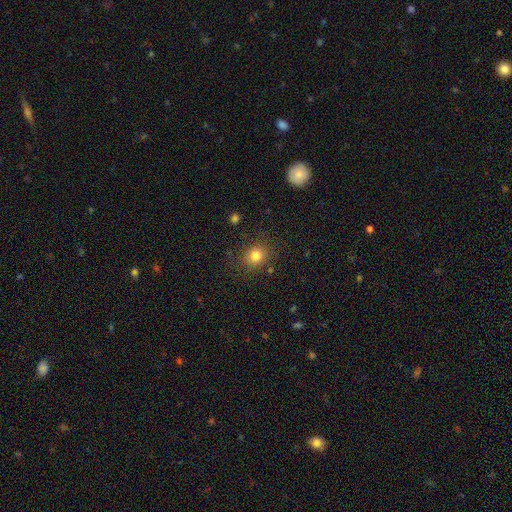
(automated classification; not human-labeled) A smooth galaxy with no disk features (81%) that is round (79%). Merging: none (85%).